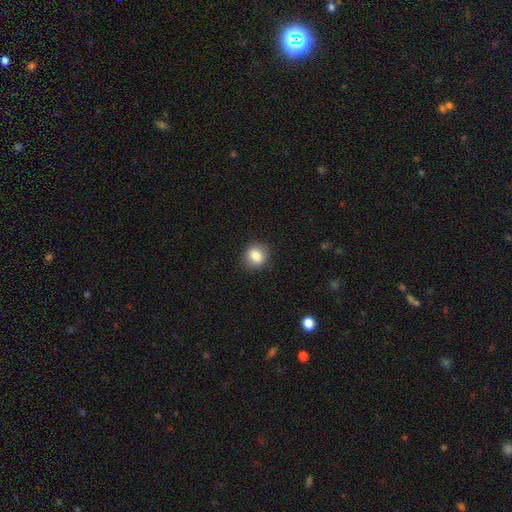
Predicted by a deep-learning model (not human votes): Smooth or featured: smooth — 83% (star or artifact — 9%)
How rounded: round — 67% (in between — 32%)
Merging: none — 87% (minor disturbance — 10%)